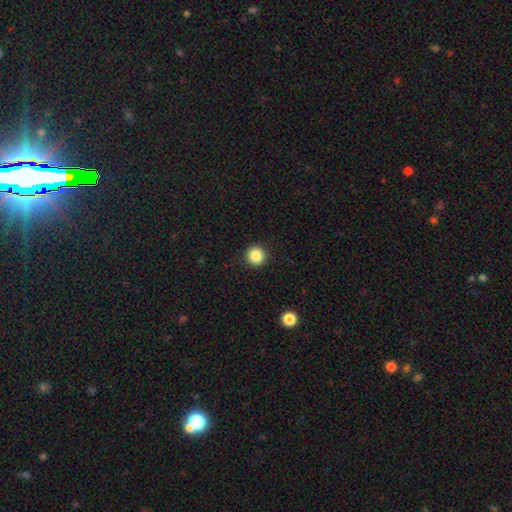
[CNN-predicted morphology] Q: Smooth or featured?
A: smooth (86%); runner-up: star or artifact (10%)
Q: How rounded?
A: round (95%); runner-up: in between (4%)
Q: Merging?
A: none (92%); runner-up: minor disturbance (5%)